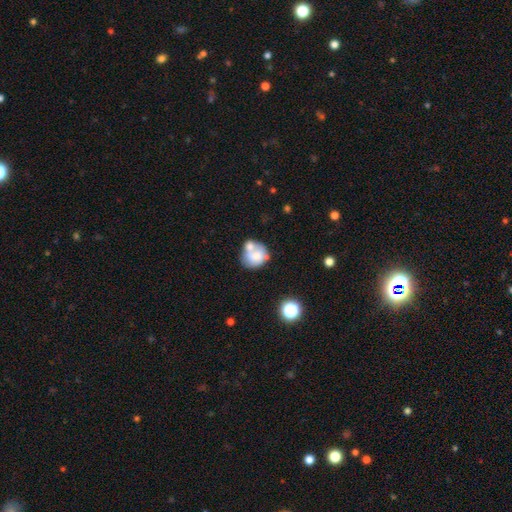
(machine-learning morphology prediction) Smooth or featured?
  - smooth: 65% *
  - featured or disk: 26%
  - star or artifact: 9%
How rounded?
  - round: 74% *
  - in between: 25%
  - cigar-shaped: 1%
Merging?
  - merger: 40% *
  - none: 37%
  - minor disturbance: 16%
  - major disturbance: 8%